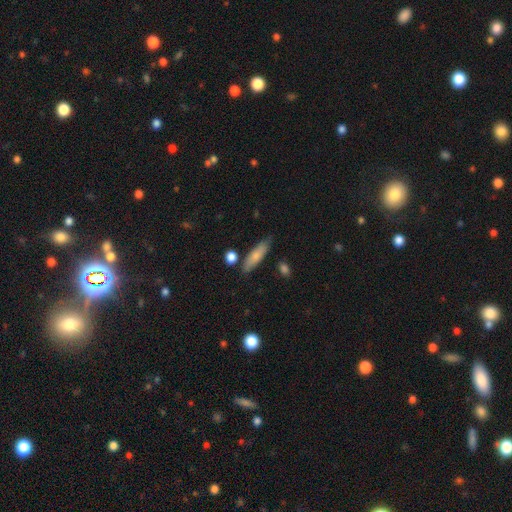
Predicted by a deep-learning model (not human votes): A smooth galaxy with no disk features (75%) that is cigar-shaped (59%). Merging: none (76%).